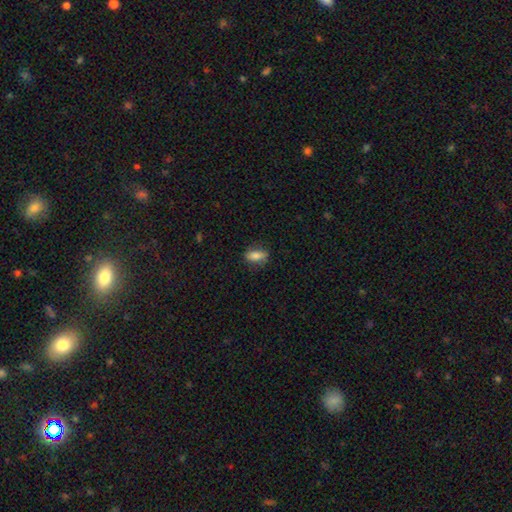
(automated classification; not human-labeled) Morphology: type=smooth (79%); roundness=in between (82%); merging=none (76%).